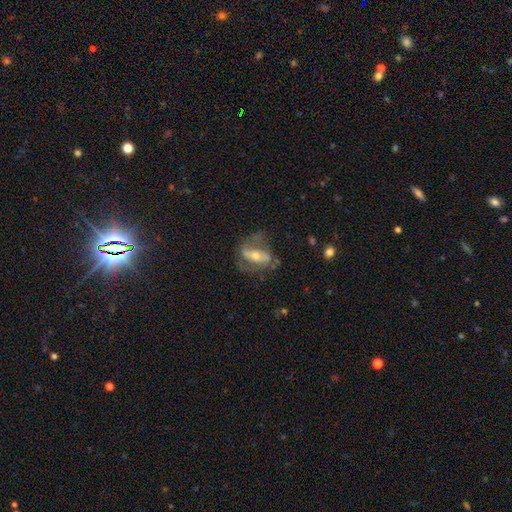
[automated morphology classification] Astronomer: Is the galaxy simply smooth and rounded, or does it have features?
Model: featured or disk — 70%.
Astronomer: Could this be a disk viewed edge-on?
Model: no — 88%.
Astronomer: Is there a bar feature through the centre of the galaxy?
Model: strong — 45% (runner-up: weak, 28%).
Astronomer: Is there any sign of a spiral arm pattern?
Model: yes — 70%.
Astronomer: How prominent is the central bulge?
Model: moderate — 51% (runner-up: small, 41%).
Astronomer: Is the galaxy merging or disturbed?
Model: none — 51%.